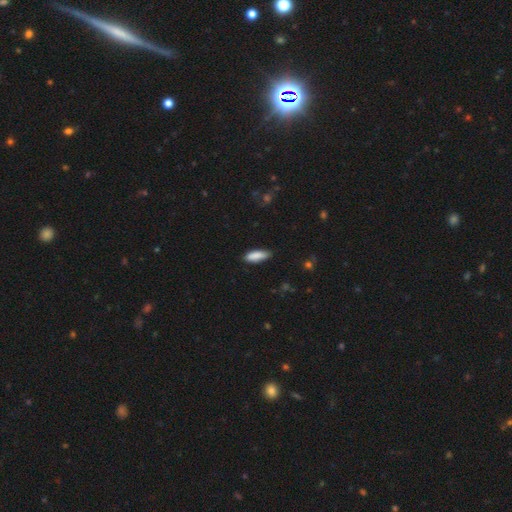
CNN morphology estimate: A smooth galaxy with no disk features (87%) that is in between round and cigar-shaped (60%).

Vote fractions:
- Smooth or featured? smooth: 87% / featured or disk: 7% / star or artifact: 6%
- How rounded? in between: 60% / cigar-shaped: 38% / round: 2%
- Merging? none: 77% / minor disturbance: 19% / major disturbance: 3% / merger: 1%